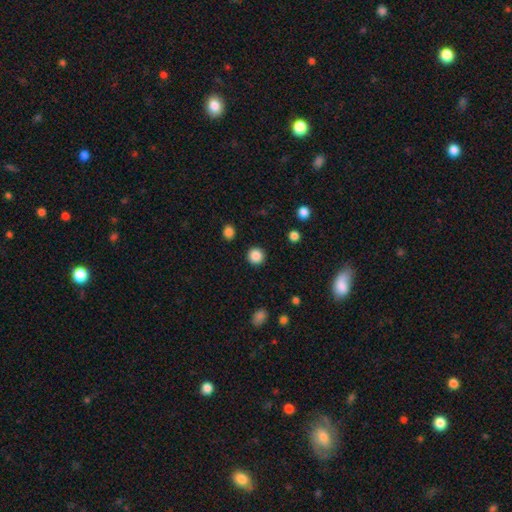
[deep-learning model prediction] This appears to be a smooth galaxy with no disk features (87%) that is round (95%). Merging: none (92%).